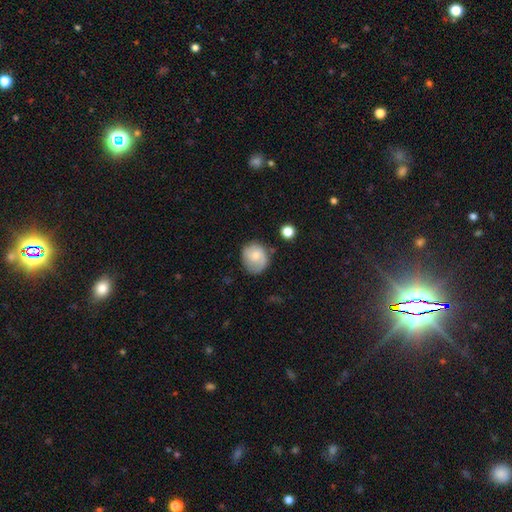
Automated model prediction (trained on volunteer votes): Smooth or featured? smooth (62%)
How rounded? round (74%)
Merging? none (64%)